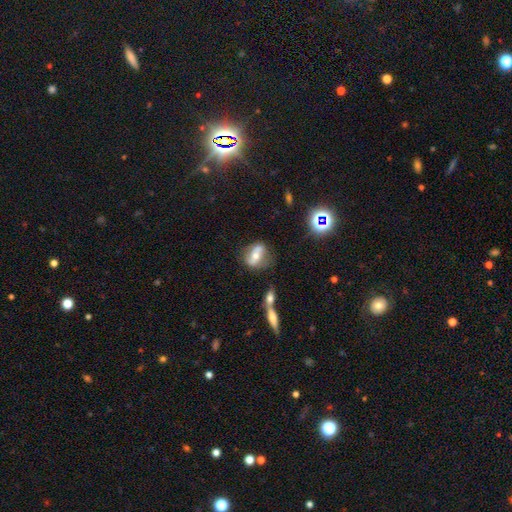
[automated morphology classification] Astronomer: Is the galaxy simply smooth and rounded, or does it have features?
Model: featured or disk — 52% (runner-up: smooth, 38%).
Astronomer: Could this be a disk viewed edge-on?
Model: no — 86%.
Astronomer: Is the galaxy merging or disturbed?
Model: none — 59%.